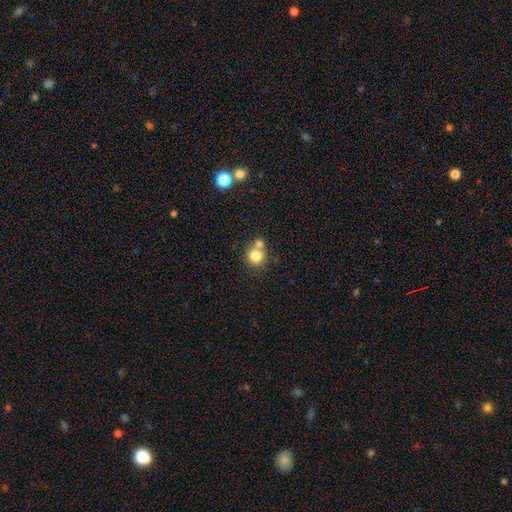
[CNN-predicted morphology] A smooth galaxy with no disk features (79%) that is round (90%).

Vote fractions:
- Smooth or featured? smooth: 79% / star or artifact: 11% / featured or disk: 9%
- How rounded? round: 90% / in between: 10% / cigar-shaped: 1%
- Merging? none: 51% / merger: 39% / minor disturbance: 7% / major disturbance: 3%